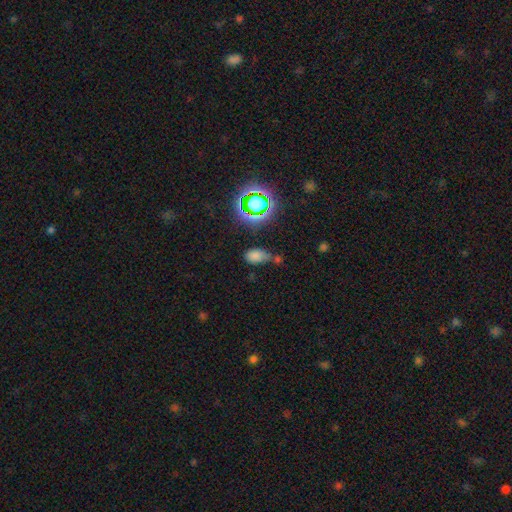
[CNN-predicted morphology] smooth_or_featured: smooth (p=0.66) [alt: star or artifact p=0.25]
how_rounded: in between (p=0.84) [alt: round p=0.13]
merging: none (p=0.43) [alt: minor disturbance p=0.28]